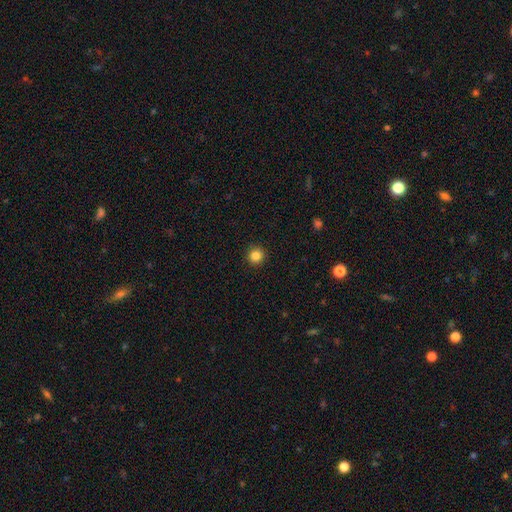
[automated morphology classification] Q: Smooth or featured?
A: smooth (84%); runner-up: star or artifact (12%)
Q: How rounded?
A: round (95%); runner-up: in between (4%)
Q: Merging?
A: none (93%); runner-up: minor disturbance (4%)